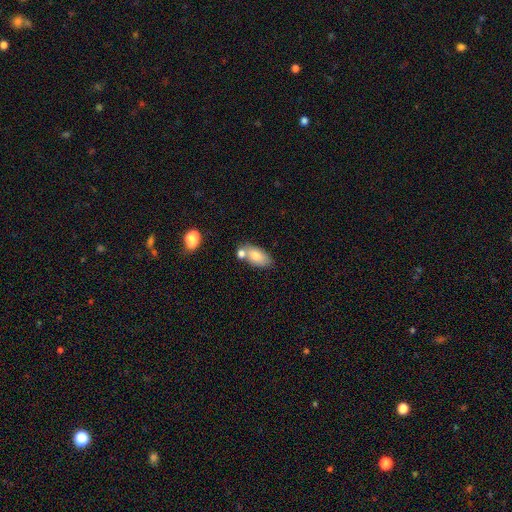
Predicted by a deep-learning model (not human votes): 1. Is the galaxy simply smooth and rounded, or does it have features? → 78% smooth, 14% featured or disk, 7% star or artifact.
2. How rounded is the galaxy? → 91% in between, 5% cigar-shaped, 4% round.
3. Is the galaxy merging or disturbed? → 51% none, 29% merger, 16% minor disturbance, 5% major disturbance.